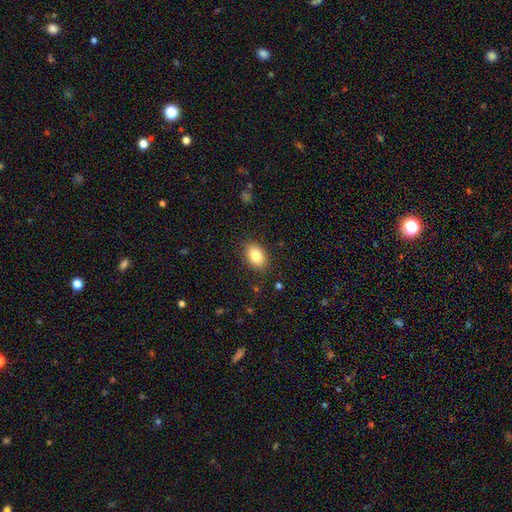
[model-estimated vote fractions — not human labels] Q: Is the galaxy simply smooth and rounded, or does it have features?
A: smooth — 83%.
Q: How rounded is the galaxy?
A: in between — 85%.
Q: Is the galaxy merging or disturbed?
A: none — 87%.